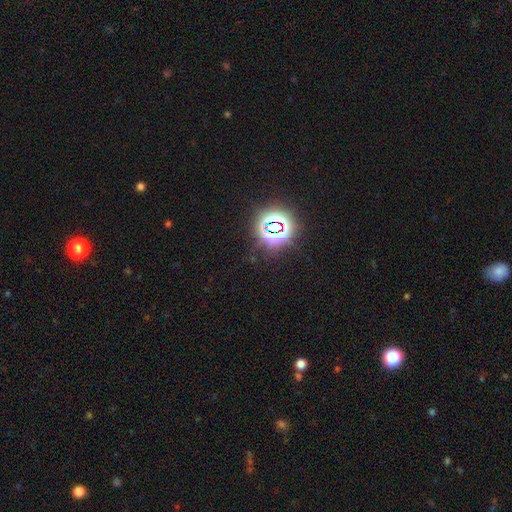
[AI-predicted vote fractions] Q: Smooth or featured?
A: star or artifact (79%); runner-up: smooth (13%)